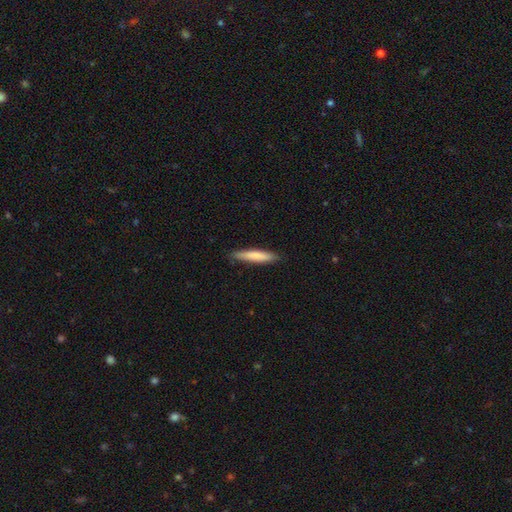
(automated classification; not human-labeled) Overall: smooth (77%). How rounded: cigar-shaped (90%). Merging: none (87%).